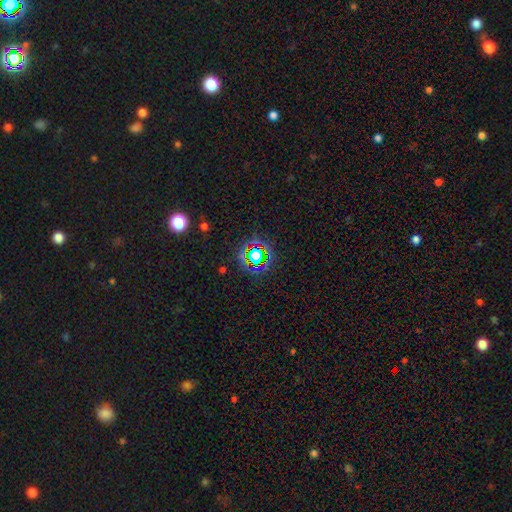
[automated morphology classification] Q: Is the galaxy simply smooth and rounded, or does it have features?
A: star or artifact — 67%.